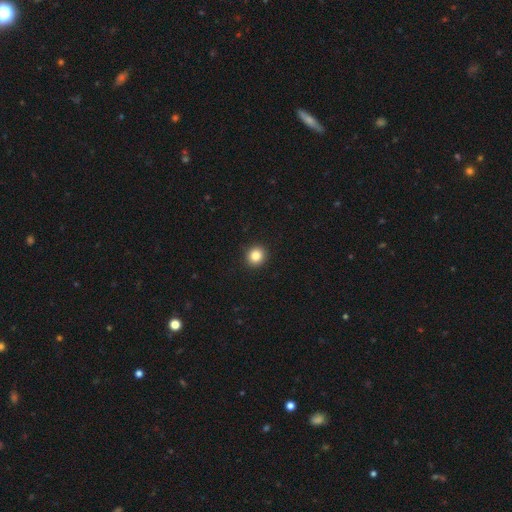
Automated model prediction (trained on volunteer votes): Smooth or featured?
  - smooth: 85% *
  - star or artifact: 10%
  - featured or disk: 5%
How rounded?
  - round: 91% *
  - in between: 8%
  - cigar-shaped: 1%
Merging?
  - none: 93% *
  - minor disturbance: 5%
  - major disturbance: 2%
  - merger: 1%